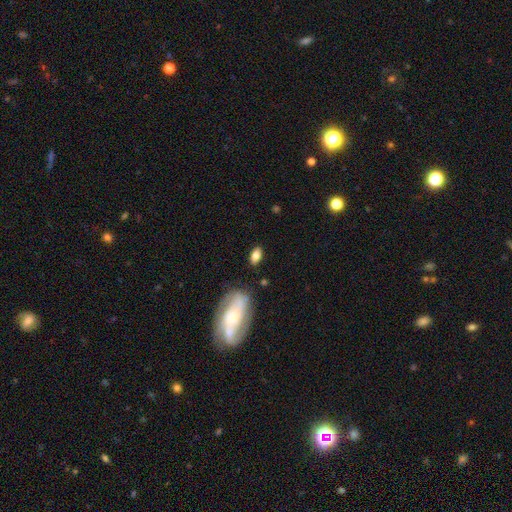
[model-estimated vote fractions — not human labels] A smooth galaxy with no disk features (80%) that is in between round and cigar-shaped (89%). Merging: none (82%).